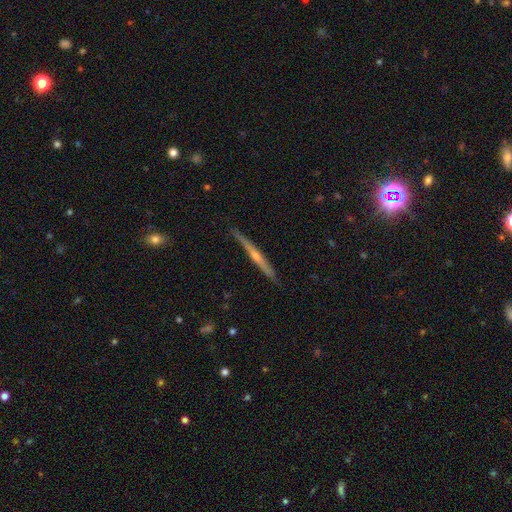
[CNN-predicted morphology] Smooth or featured: featured or disk — 75% (smooth — 16%)
Edge-on disk: yes — 97% (no — 3%)
Edge-on bulge: rounded — 79% (none — 15%)
Merging: none — 89% (minor disturbance — 8%)